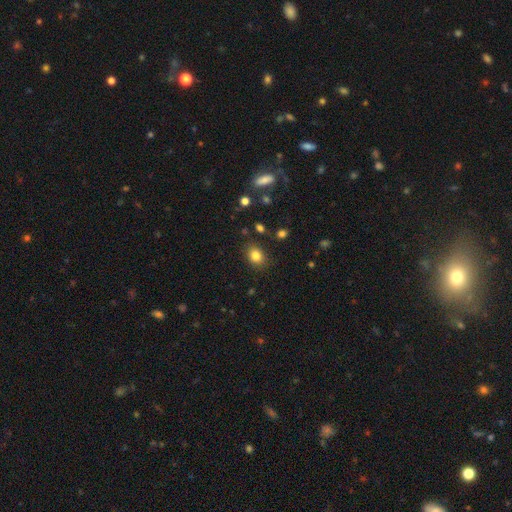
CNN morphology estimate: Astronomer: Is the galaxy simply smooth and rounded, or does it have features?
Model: smooth — 83%.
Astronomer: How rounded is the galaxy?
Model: round — 51% (runner-up: in between, 48%).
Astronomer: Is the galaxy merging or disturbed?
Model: none — 86%.